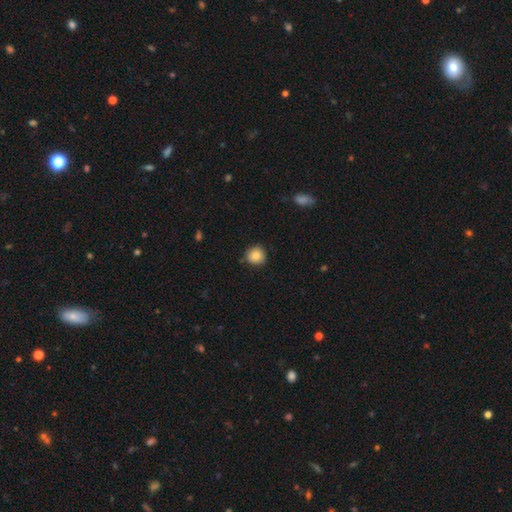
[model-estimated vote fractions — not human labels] A smooth galaxy with no disk features (85%) that is round (92%). Merging: none (87%).